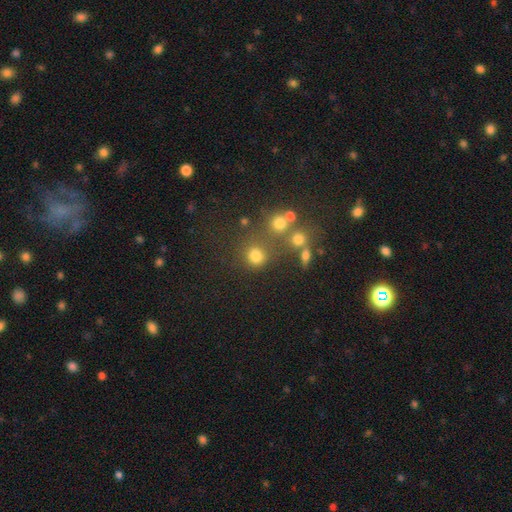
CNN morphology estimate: A smooth galaxy with no disk features (76%) that is round (86%).

Vote fractions:
- Smooth or featured? smooth: 76% / star or artifact: 16% / featured or disk: 7%
- How rounded? round: 86% / in between: 13% / cigar-shaped: 1%
- Merging? none: 66% / merger: 17% / minor disturbance: 10% / major disturbance: 6%